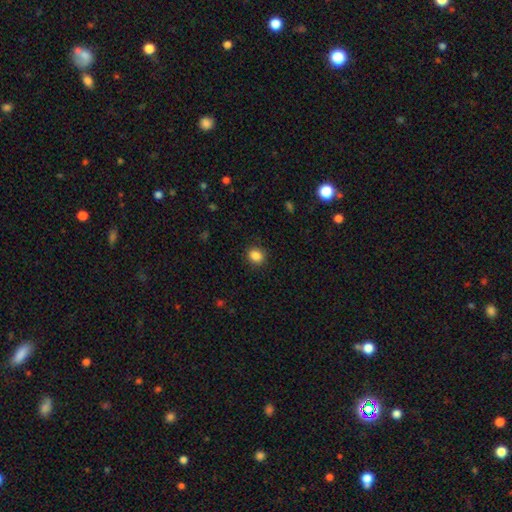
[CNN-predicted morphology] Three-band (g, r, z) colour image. It shows a smooth galaxy with no disk features (86%) that is round (72%). Merging: none (89%).